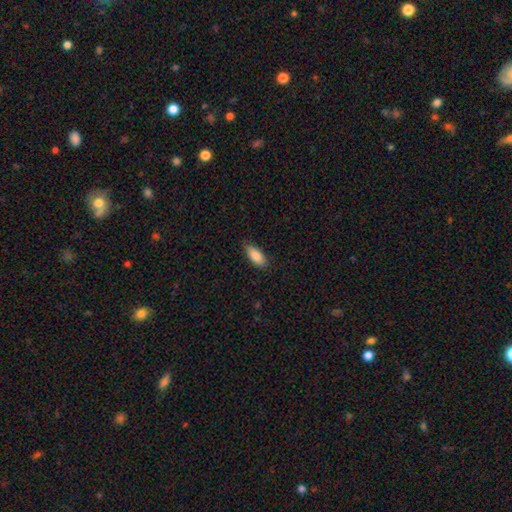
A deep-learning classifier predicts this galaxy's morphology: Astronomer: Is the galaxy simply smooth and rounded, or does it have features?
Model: smooth — 86%.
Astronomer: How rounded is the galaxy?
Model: in between — 82%.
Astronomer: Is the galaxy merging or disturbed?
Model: none — 84%.